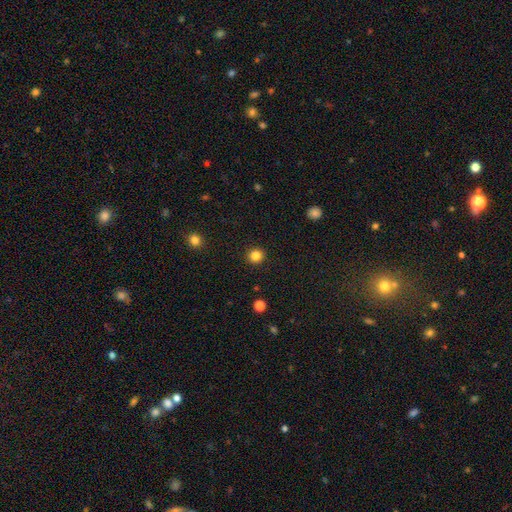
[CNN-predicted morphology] This appears to be a smooth galaxy with no disk features (84%) that is round (92%). Merging: none (93%).